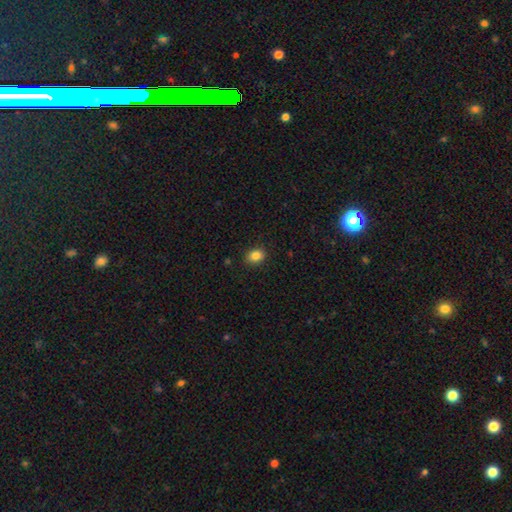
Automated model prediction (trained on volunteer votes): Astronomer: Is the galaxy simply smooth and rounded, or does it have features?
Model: smooth — 85%.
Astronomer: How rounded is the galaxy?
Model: in between — 54% (runner-up: round, 45%).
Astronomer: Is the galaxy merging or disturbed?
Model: none — 89%.